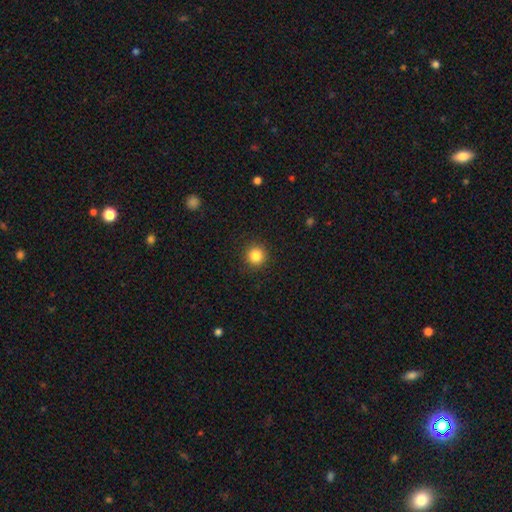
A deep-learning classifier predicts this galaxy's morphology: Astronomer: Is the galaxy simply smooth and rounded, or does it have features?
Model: smooth — 84%.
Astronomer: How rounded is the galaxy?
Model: round — 95%.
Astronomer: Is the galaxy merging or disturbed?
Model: none — 92%.